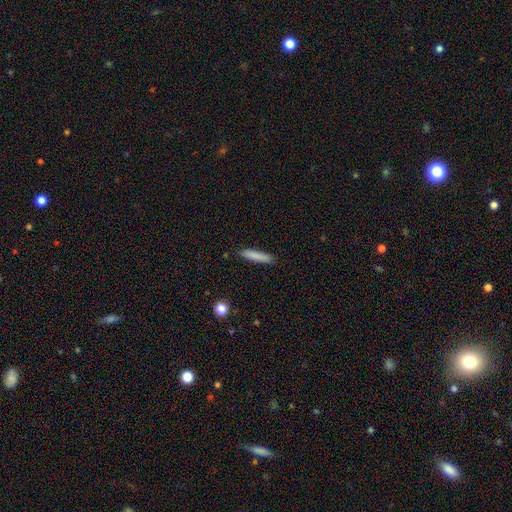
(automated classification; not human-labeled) Smooth or featured? Predicted: smooth (p=0.83). How rounded? Predicted: cigar-shaped (p=0.90). Merging? Predicted: none (p=0.88).